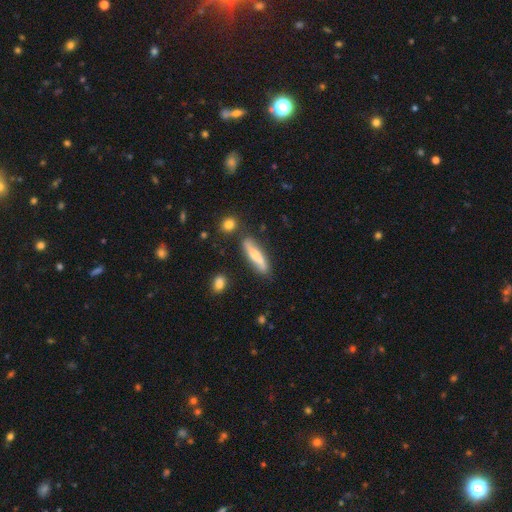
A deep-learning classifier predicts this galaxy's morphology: Smooth or featured? Predicted: smooth (p=0.48). Merging? Predicted: none (p=0.78).